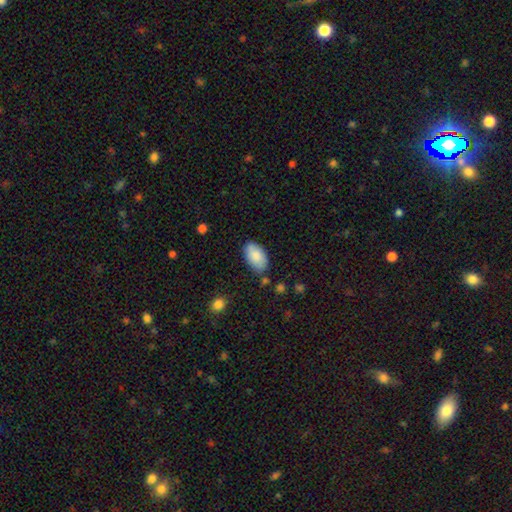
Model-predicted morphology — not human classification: smooth-or-featured: smooth: 85% | featured or disk: 9% | star or artifact: 6%
  how-rounded: in between: 95% | round: 3% | cigar-shaped: 2%
  merging: none: 79% | minor disturbance: 15% | major disturbance: 3% | merger: 3%